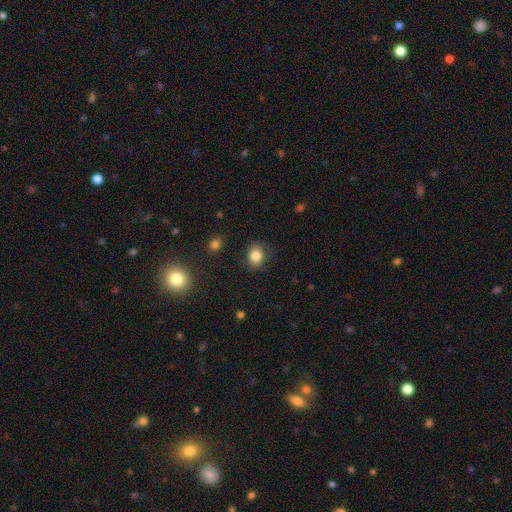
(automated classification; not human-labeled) The model was most divided on "how rounded": in between: 51%, round: 48%, cigar-shaped: 1%. More confident: smooth or featured — smooth (83%); merging — none (81%).